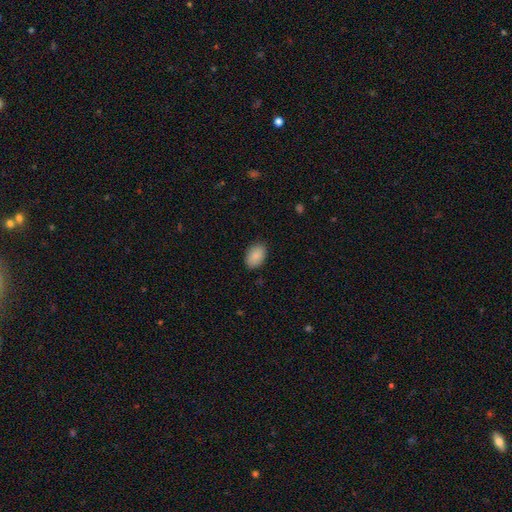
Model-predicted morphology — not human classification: smooth_or_featured: smooth (p=0.89) [alt: star or artifact p=0.07]
how_rounded: in between (p=0.89) [alt: round p=0.09]
merging: none (p=0.87) [alt: minor disturbance p=0.10]